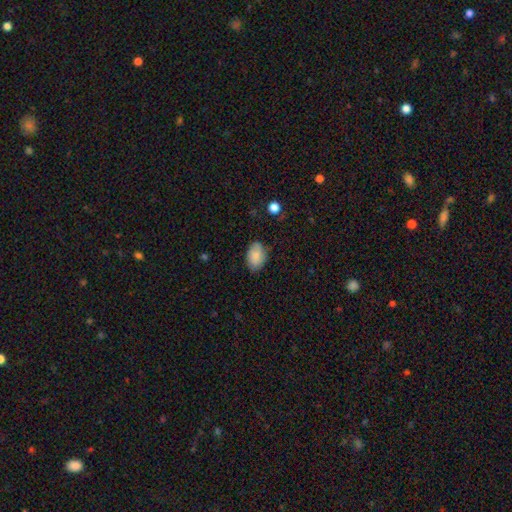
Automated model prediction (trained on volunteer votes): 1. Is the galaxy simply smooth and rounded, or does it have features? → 85% smooth, 8% featured or disk, 7% star or artifact.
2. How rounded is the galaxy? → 90% in between, 9% round, 1% cigar-shaped.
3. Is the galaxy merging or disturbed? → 77% none, 18% minor disturbance, 3% major disturbance, 1% merger.